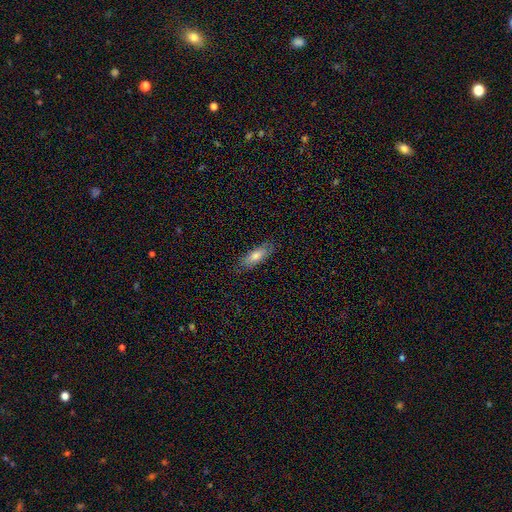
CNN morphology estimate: Smooth or featured?
  - smooth: 70% *
  - featured or disk: 23%
  - star or artifact: 7%
How rounded?
  - in between: 56% *
  - cigar-shaped: 42%
  - round: 2%
Merging?
  - none: 82% *
  - minor disturbance: 14%
  - major disturbance: 3%
  - merger: 1%